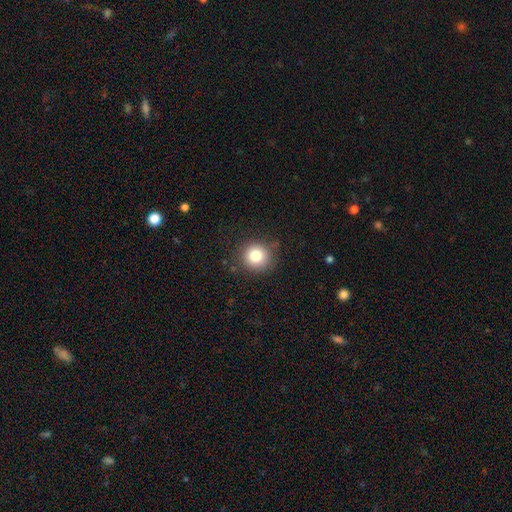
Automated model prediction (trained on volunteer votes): Smooth or featured? Predicted: smooth (p=0.80). How rounded? Predicted: round (p=0.92). Merging? Predicted: none (p=0.85).